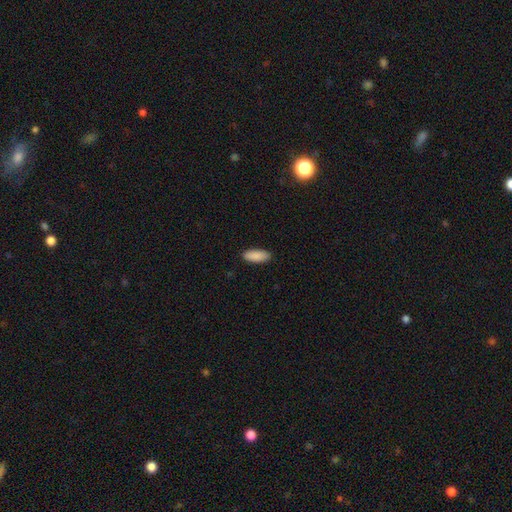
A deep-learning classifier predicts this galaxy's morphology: smooth 90%, star or artifact 6%, featured or disk 4%. Down the decision tree: how rounded — in between (79%); merging — none (90%).